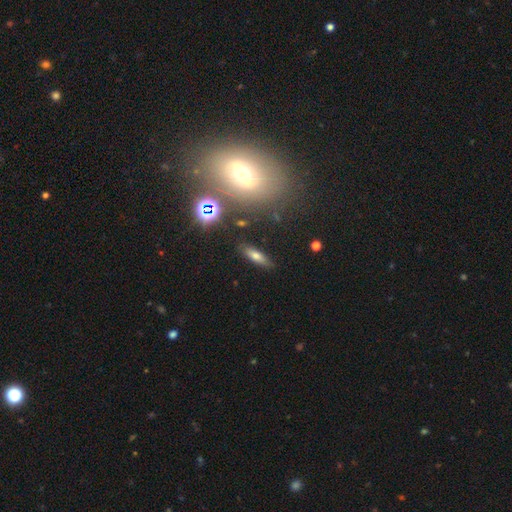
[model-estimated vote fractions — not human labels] Smooth or featured? Predicted: smooth (p=0.65). How rounded? Predicted: in between (p=0.48). Merging? Predicted: none (p=0.85).